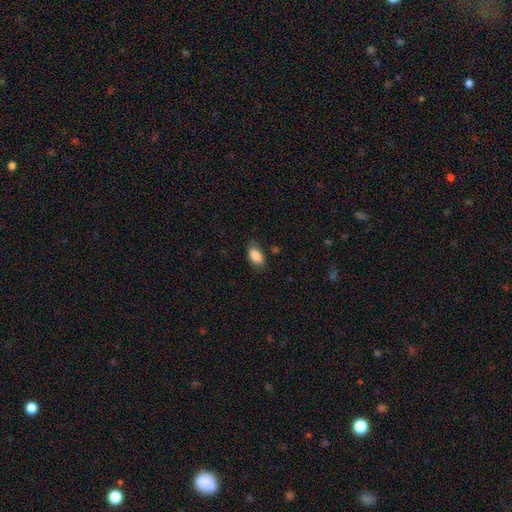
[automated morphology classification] Smooth or featured?
  - smooth: 86% *
  - featured or disk: 7%
  - star or artifact: 7%
How rounded?
  - in between: 92% *
  - cigar-shaped: 4%
  - round: 4%
Merging?
  - none: 75% *
  - minor disturbance: 19%
  - major disturbance: 4%
  - merger: 1%